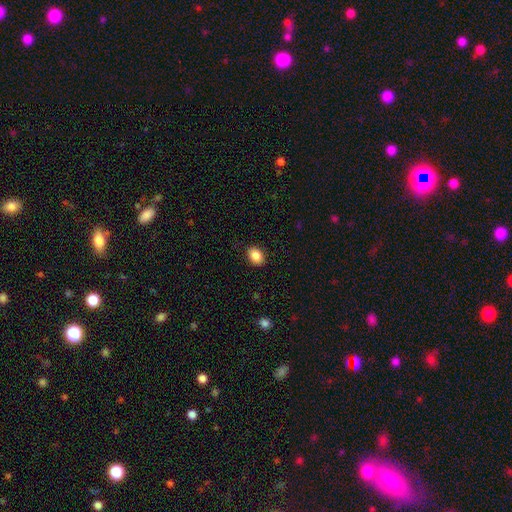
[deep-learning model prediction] smooth-or-featured: smooth: 88% | star or artifact: 8% | featured or disk: 4%
  how-rounded: in between: 68% | round: 31% | cigar-shaped: 1%
  merging: none: 89% | minor disturbance: 8% | major disturbance: 2% | merger: 1%